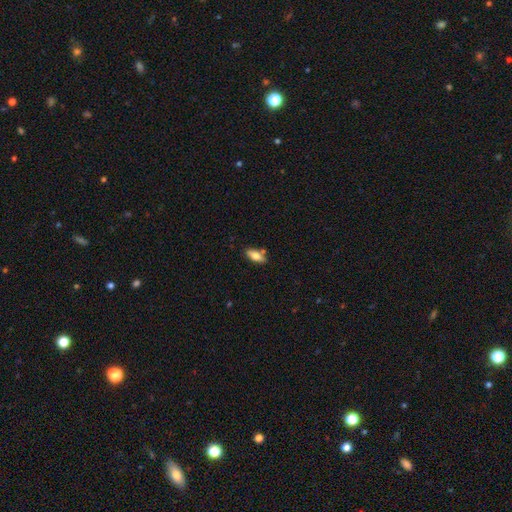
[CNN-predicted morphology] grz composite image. It shows a smooth galaxy with no disk features (75%) that is in between round and cigar-shaped (78%). Merging: none (75%).